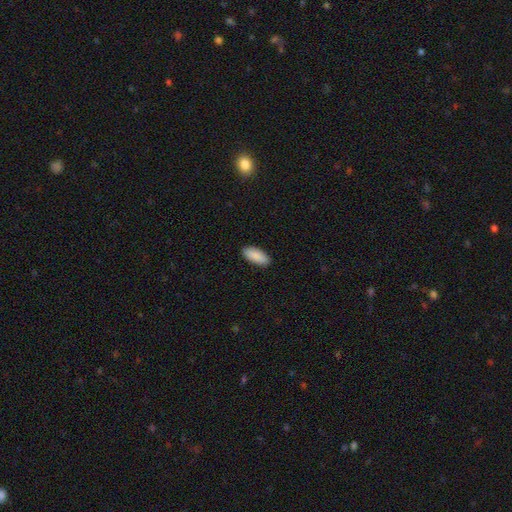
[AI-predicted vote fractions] A smooth galaxy with no disk features (91%) that is in between round and cigar-shaped (85%). Merging: none (90%).